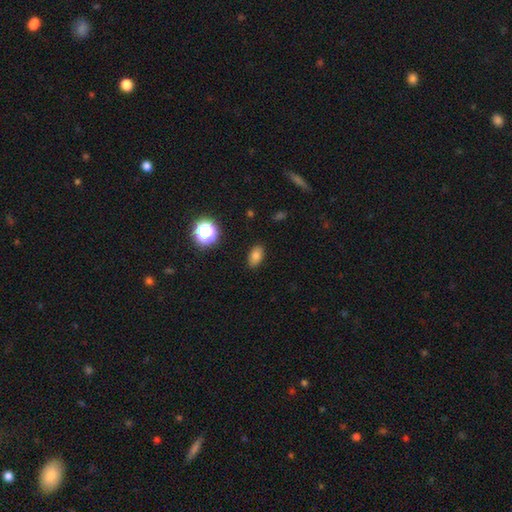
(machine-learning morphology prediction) smooth-or-featured: smooth: 78% | star or artifact: 13% | featured or disk: 9%
  how-rounded: in between: 87% | round: 11% | cigar-shaped: 2%
  merging: none: 87% | minor disturbance: 9% | major disturbance: 3% | merger: 1%